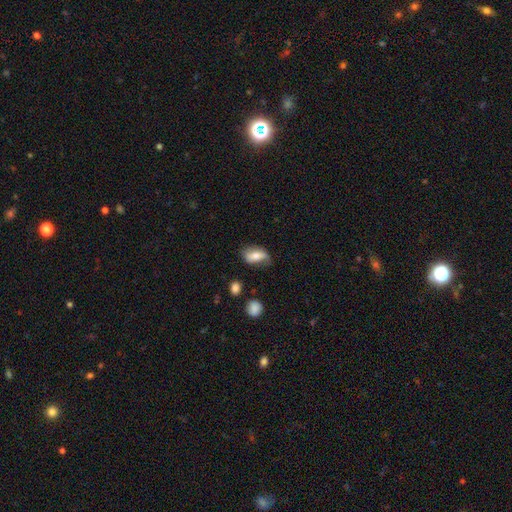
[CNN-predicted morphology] The model was most divided on "merging": none: 56%, minor disturbance: 31%, major disturbance: 10%, merger: 3%. More confident: how rounded — in between (87%); smooth or featured — smooth (59%).